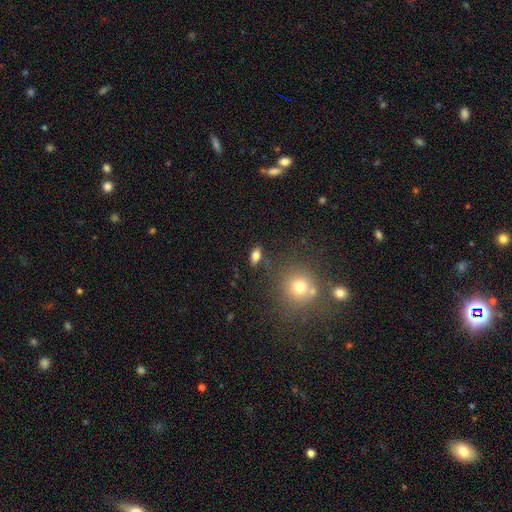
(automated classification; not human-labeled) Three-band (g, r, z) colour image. It shows a smooth galaxy with no disk features (77%) that is in between round and cigar-shaped (83%). Merging: none (81%).